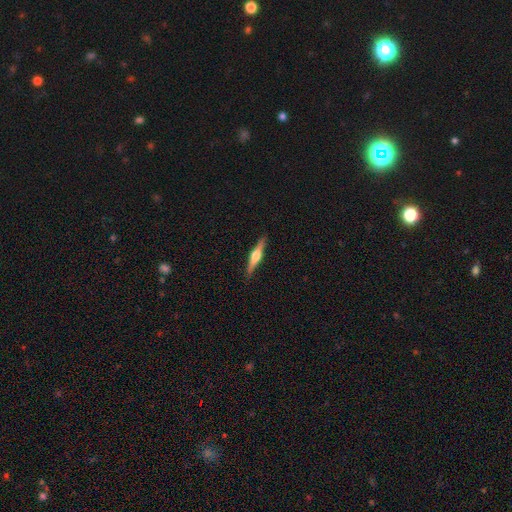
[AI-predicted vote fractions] A featured or disk galaxy (72%) viewed edge-on (98%) with a rounded central bulge (92%). Merging: none (90%).